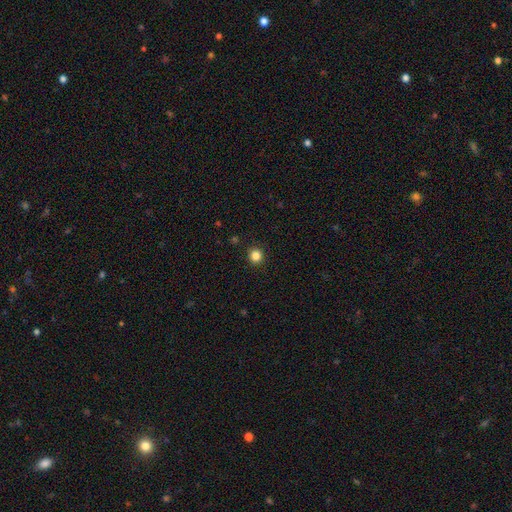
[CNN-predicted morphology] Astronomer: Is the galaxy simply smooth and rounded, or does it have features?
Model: smooth — 84%.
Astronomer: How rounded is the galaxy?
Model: round — 91%.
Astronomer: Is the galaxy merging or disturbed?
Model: none — 92%.